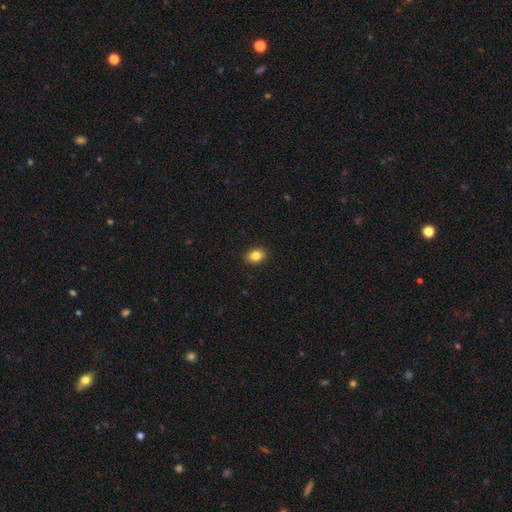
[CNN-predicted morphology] A smooth galaxy with no disk features (85%) that is in between round and cigar-shaped (65%).

Vote fractions:
- Smooth or featured? smooth: 85% / star or artifact: 9% / featured or disk: 6%
- How rounded? in between: 65% / round: 34% / cigar-shaped: 1%
- Merging? none: 91% / minor disturbance: 6% / major disturbance: 2% / merger: 1%